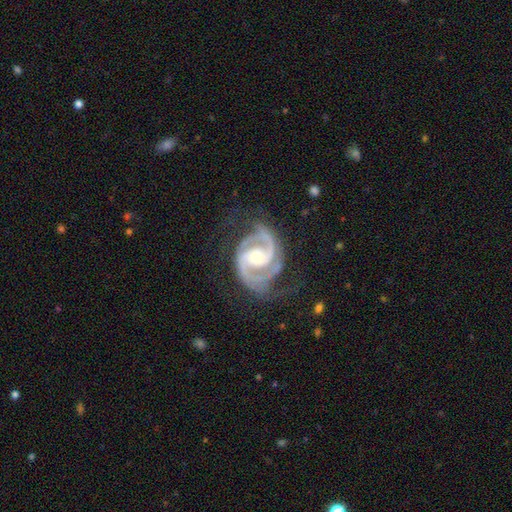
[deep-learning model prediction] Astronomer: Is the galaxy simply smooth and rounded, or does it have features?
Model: featured or disk — 94%.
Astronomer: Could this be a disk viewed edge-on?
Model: no — 98%.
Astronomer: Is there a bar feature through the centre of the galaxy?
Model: no — 45% (runner-up: weak, 37%).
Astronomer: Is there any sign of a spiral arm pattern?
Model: yes — 99%.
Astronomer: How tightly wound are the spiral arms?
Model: tight — 51% (runner-up: medium, 43%).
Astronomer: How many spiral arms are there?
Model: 2 — 89%.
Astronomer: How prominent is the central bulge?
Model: moderate — 57% (runner-up: small, 38%).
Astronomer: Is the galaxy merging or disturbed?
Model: none — 71%.